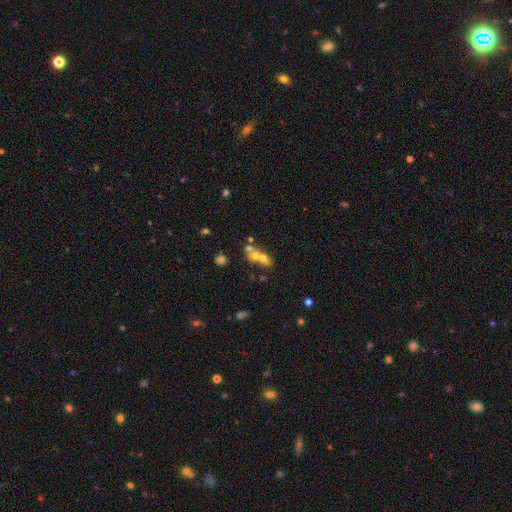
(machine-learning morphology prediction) Q: Smooth or featured?
A: smooth (53%); runner-up: featured or disk (32%)
Q: How rounded?
A: round (55%); runner-up: in between (40%)
Q: Merging?
A: merger (61%); runner-up: none (27%)